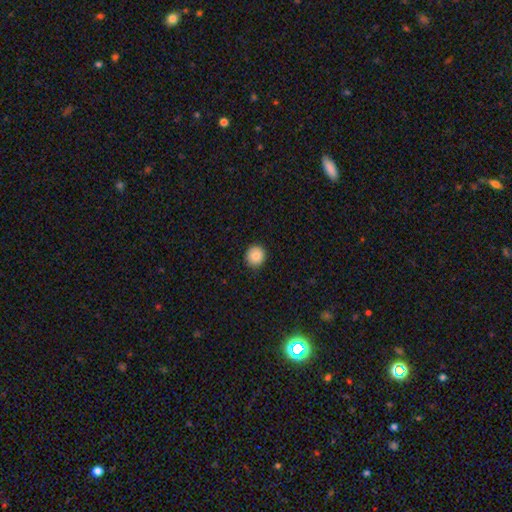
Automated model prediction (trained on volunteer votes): This is clearly a smooth galaxy (85%). How rounded: clearly round (90%). Merging: clearly none (90%).